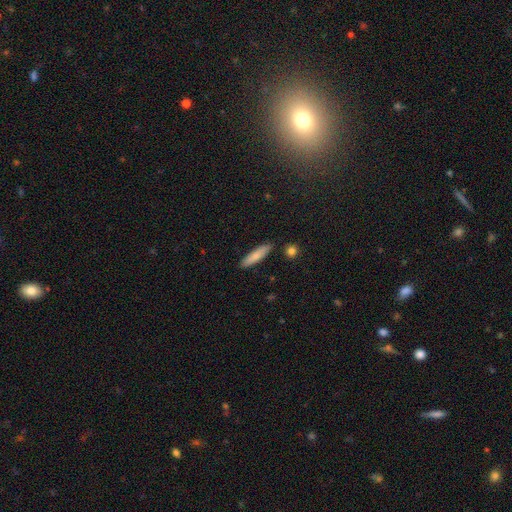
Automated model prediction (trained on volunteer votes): Smooth or featured?
  - smooth: 78% *
  - featured or disk: 16%
  - star or artifact: 6%
How rounded?
  - cigar-shaped: 78% *
  - in between: 20%
  - round: 2%
Merging?
  - none: 87% *
  - minor disturbance: 9%
  - merger: 2%
  - major disturbance: 2%